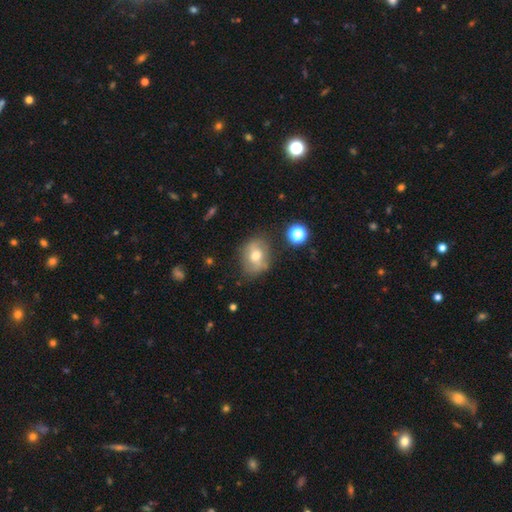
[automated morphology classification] A smooth galaxy with no disk features (57%) that is round (51%). Merging: none (71%).